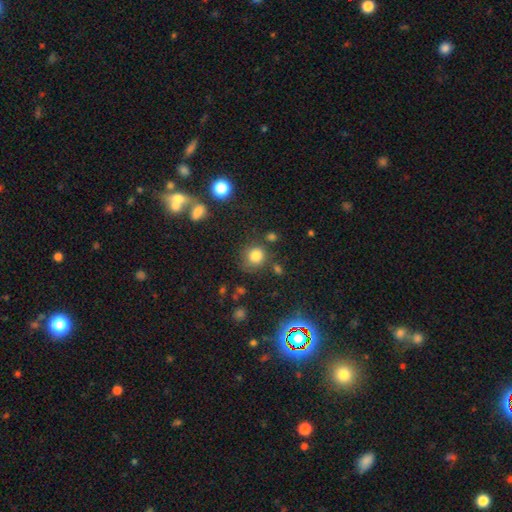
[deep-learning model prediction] A smooth galaxy with no disk features (80%) that is round (85%).

Vote fractions:
- Smooth or featured? smooth: 80% / star or artifact: 13% / featured or disk: 6%
- How rounded? round: 85% / in between: 14% / cigar-shaped: 1%
- Merging? none: 74% / minor disturbance: 15% / merger: 6% / major disturbance: 5%